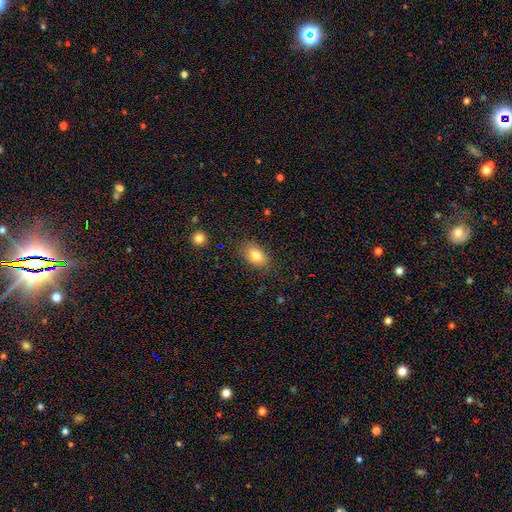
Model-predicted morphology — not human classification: smooth_or_featured: smooth (p=0.82) [alt: star or artifact p=0.09]
how_rounded: in between (p=0.83) [alt: round p=0.15]
merging: none (p=0.82) [alt: minor disturbance p=0.13]